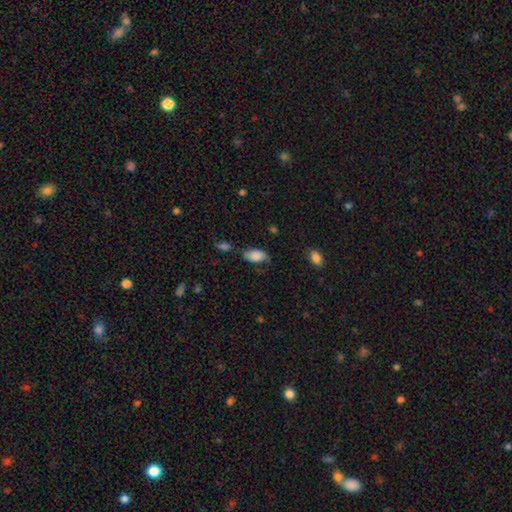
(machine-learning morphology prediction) Q: Smooth or featured?
A: smooth (77%); runner-up: featured or disk (14%)
Q: How rounded?
A: in between (93%); runner-up: round (3%)
Q: Merging?
A: none (54%); runner-up: minor disturbance (30%)